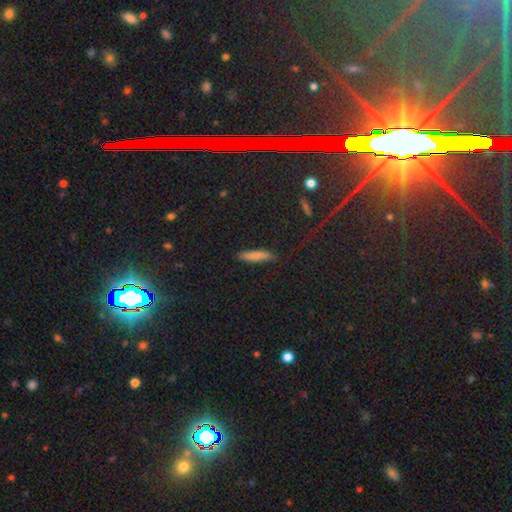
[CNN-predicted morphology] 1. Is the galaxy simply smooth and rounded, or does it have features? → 77% smooth, 15% featured or disk, 8% star or artifact.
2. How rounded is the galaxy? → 85% cigar-shaped, 13% in between, 2% round.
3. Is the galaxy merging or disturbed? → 84% none, 12% minor disturbance, 2% major disturbance, 1% merger.